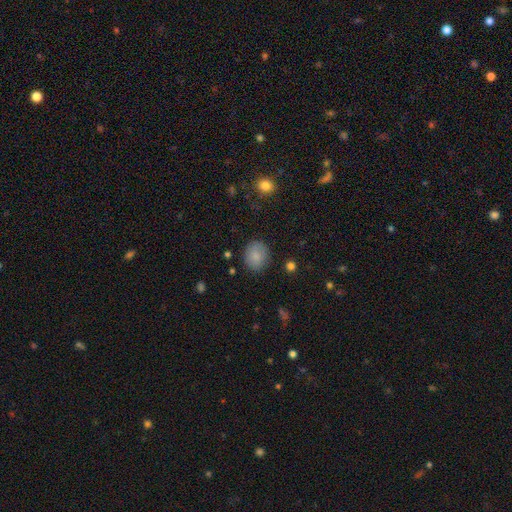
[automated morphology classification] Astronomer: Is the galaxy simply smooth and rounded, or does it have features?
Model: smooth — 84%.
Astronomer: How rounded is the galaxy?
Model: round — 63%.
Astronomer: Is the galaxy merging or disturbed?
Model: none — 84%.